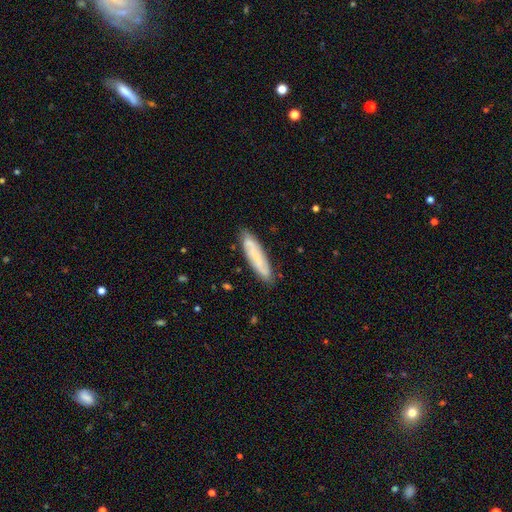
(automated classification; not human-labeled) Smooth or featured: smooth — 64% (featured or disk — 29%)
How rounded: cigar-shaped — 80% (in between — 18%)
Merging: none — 83% (minor disturbance — 13%)